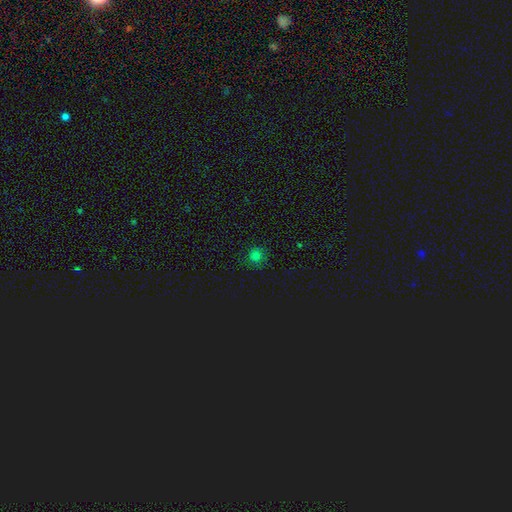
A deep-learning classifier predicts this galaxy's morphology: Smooth or featured? smooth (71%)
How rounded? round (89%)
Merging? none (82%)